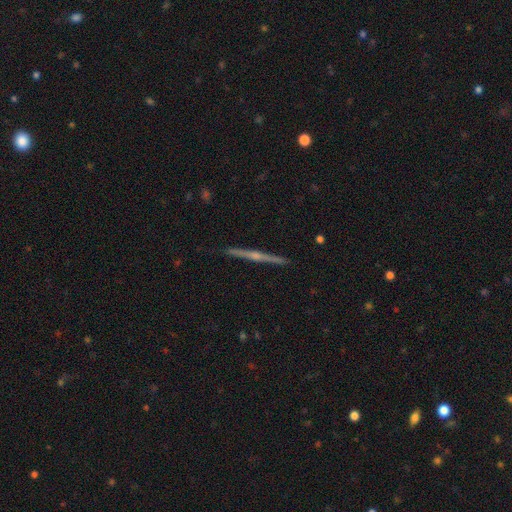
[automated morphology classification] A featured or disk galaxy (81%) viewed edge-on (99%) with a rounded central bulge (79%).

Vote fractions:
- Smooth or featured? featured or disk: 81% / smooth: 13% / star or artifact: 5%
- Edge-on disk? yes: 99% / no: 1%
- Edge-on bulge? rounded: 79% / none: 15% / boxy: 6%
- Merging? none: 92% / minor disturbance: 6% / major disturbance: 1% / merger: 1%